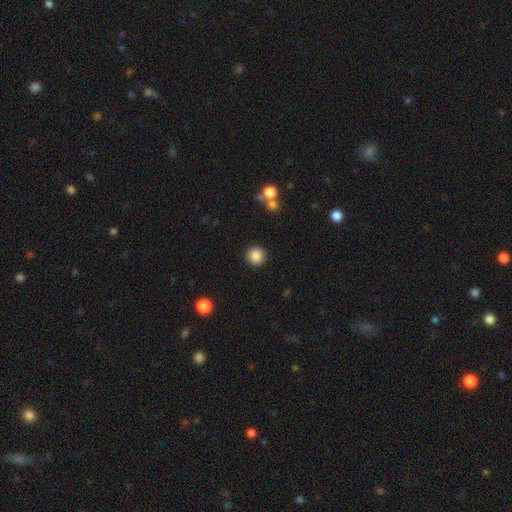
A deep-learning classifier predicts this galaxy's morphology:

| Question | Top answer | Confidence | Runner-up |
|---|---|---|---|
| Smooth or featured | smooth | 86% | star or artifact (9%) |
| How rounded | round | 94% | in between (5%) |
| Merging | none | 91% | minor disturbance (5%) |